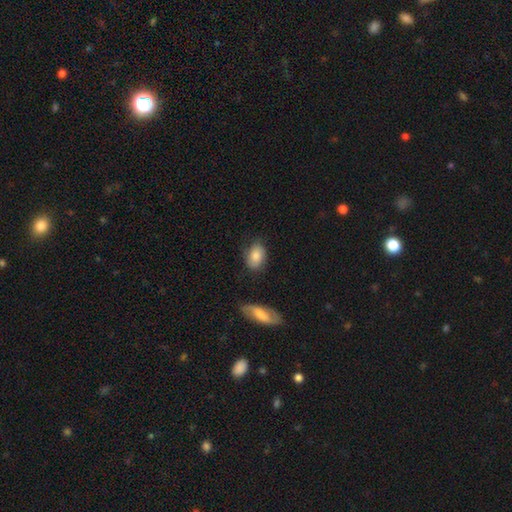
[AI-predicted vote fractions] Smooth or featured: smooth — 80% (featured or disk — 13%)
How rounded: in between — 84% (round — 14%)
Merging: none — 66% (minor disturbance — 25%)